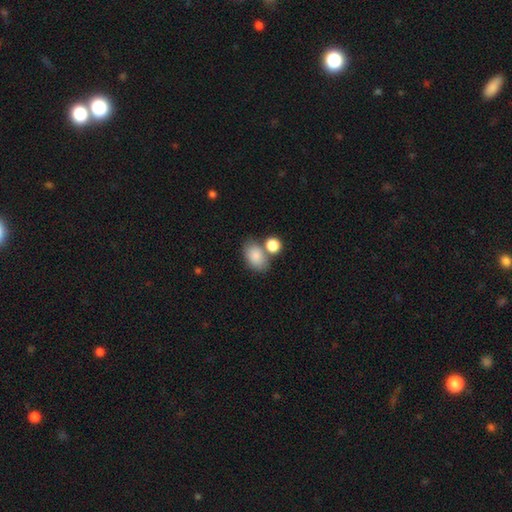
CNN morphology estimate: smooth-or-featured: smooth: 84% | featured or disk: 8% | star or artifact: 8%
  how-rounded: in between: 84% | round: 15% | cigar-shaped: 1%
  merging: none: 55% | merger: 25% | minor disturbance: 14% | major disturbance: 5%